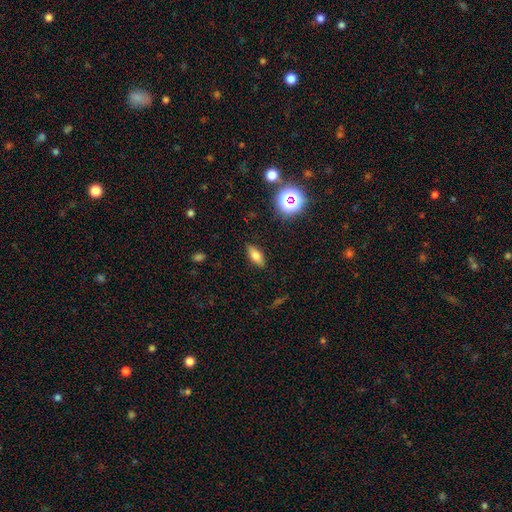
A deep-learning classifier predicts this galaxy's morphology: A smooth galaxy with no disk features (71%) that is in between round and cigar-shaped (78%). Merging: none (87%).